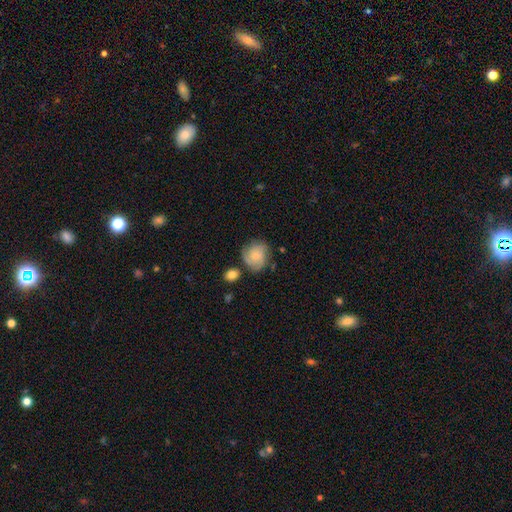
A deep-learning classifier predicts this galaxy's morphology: Smooth or featured?
  - featured or disk: 55% *
  - smooth: 37%
  - star or artifact: 8%
Edge-on disk?
  - no: 98% *
  - yes: 2%
Bar?
  - no: 79% *
  - weak: 19%
  - strong: 3%
Spiral arms?
  - yes: 89% *
  - no: 11%
Bulge size?
  - small: 63% *
  - moderate: 30%
  - none: 4%
  - large: 2%
  - dominant: 1%
Merging?
  - none: 68% *
  - minor disturbance: 21%
  - major disturbance: 6%
  - merger: 5%